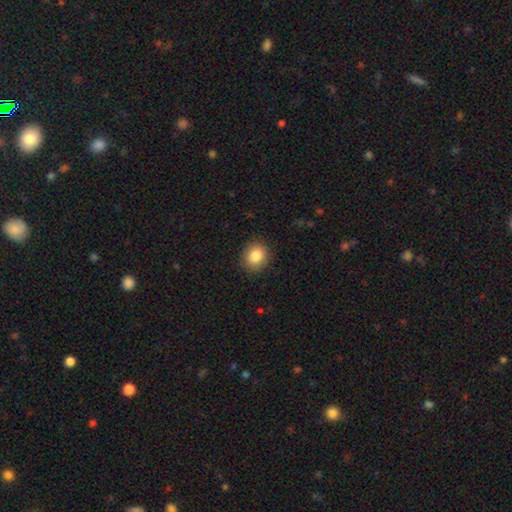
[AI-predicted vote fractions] smooth_or_featured: smooth (p=0.85) [alt: star or artifact p=0.09]
how_rounded: round (p=0.62) [alt: in between p=0.37]
merging: none (p=0.89) [alt: minor disturbance p=0.08]